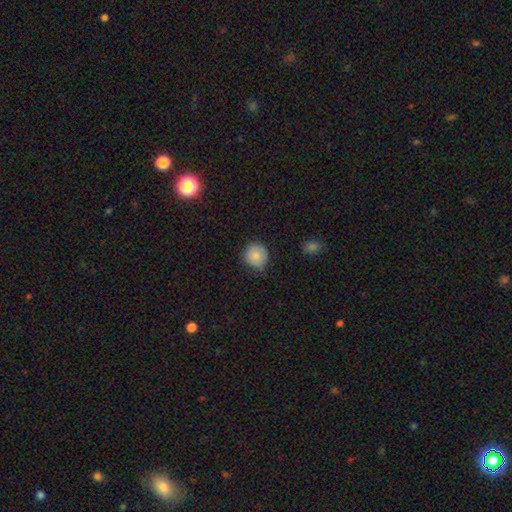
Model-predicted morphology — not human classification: The model was most divided on "merging": none: 76%, minor disturbance: 19%, major disturbance: 3%, merger: 1%. More confident: how rounded — round (89%); smooth or featured — smooth (85%).